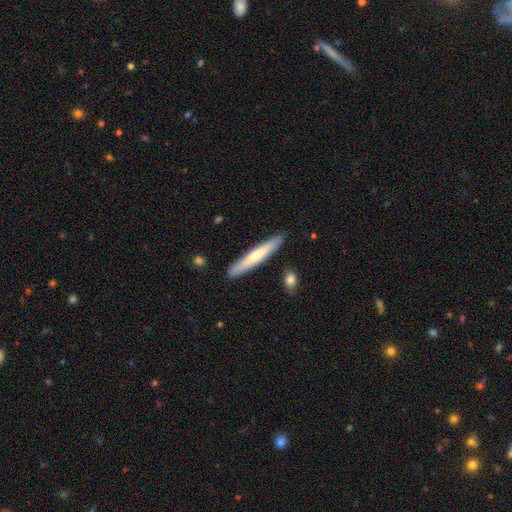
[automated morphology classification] A smooth galaxy with no disk features (59%) that is cigar-shaped (94%).

Vote fractions:
- Smooth or featured? smooth: 59% / featured or disk: 36% / star or artifact: 5%
- How rounded? cigar-shaped: 94% / in between: 5% / round: 1%
- Merging? none: 88% / minor disturbance: 8% / merger: 2% / major disturbance: 2%